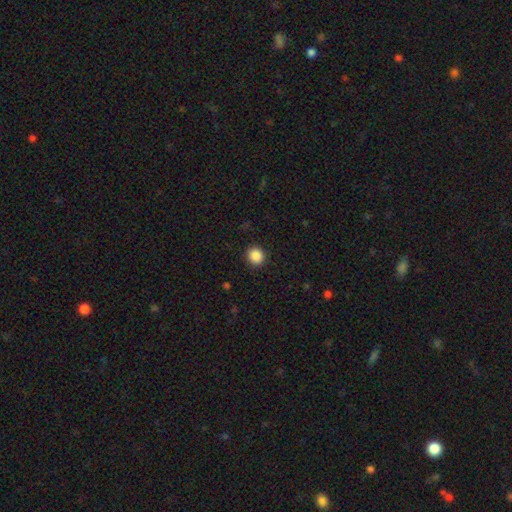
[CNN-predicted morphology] The model was most divided on "how rounded": round: 86%, in between: 13%, cigar-shaped: 1%. More confident: merging — none (91%); smooth or featured — smooth (88%).